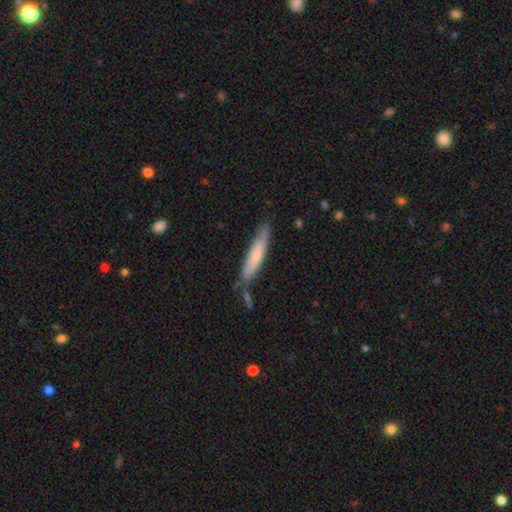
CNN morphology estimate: smooth-or-featured: smooth: 65% | featured or disk: 30% | star or artifact: 6%
  how-rounded: cigar-shaped: 89% | in between: 10% | round: 1%
  merging: none: 73% | minor disturbance: 17% | merger: 7% | major disturbance: 3%